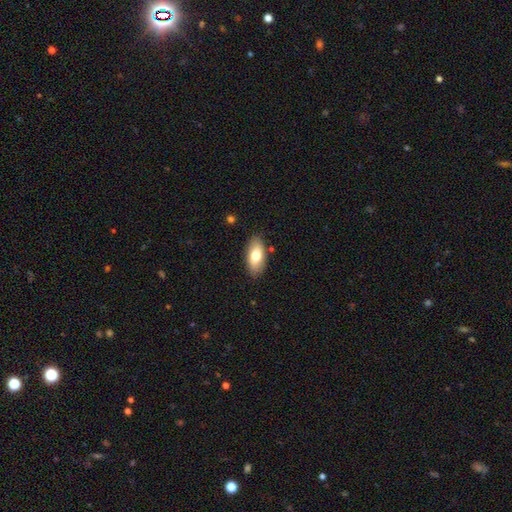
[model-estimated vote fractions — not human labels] The model was most divided on "smooth or featured": smooth: 75%, featured or disk: 19%, star or artifact: 6%. More confident: how rounded — in between (91%); merging — none (85%).